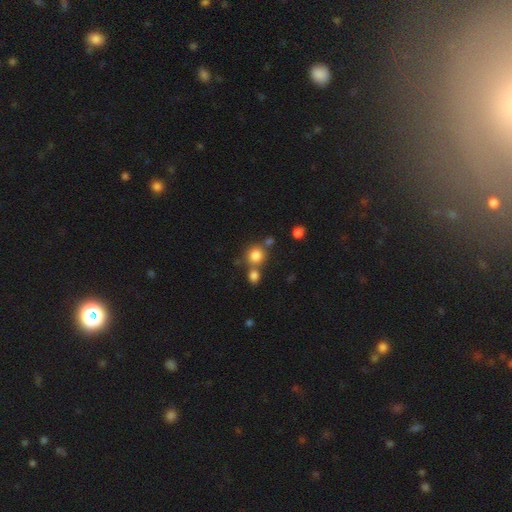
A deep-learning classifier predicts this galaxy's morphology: Q: Smooth or featured?
A: smooth (81%); runner-up: star or artifact (12%)
Q: How rounded?
A: round (88%); runner-up: in between (11%)
Q: Merging?
A: none (61%); runner-up: merger (27%)